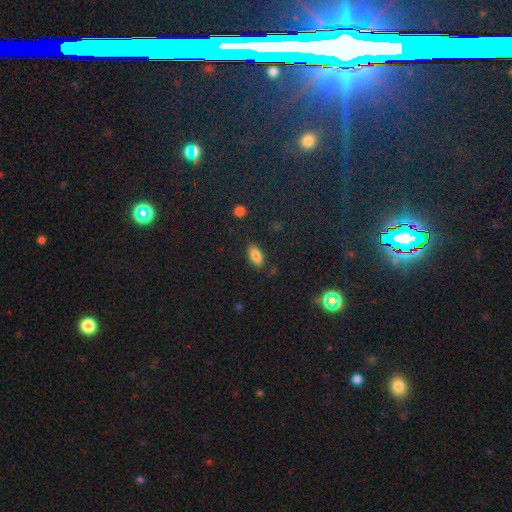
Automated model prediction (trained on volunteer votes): smooth_or_featured: smooth (p=0.82) [alt: star or artifact p=0.09]
how_rounded: in between (p=0.89) [alt: cigar-shaped p=0.08]
merging: none (p=0.83) [alt: minor disturbance p=0.12]